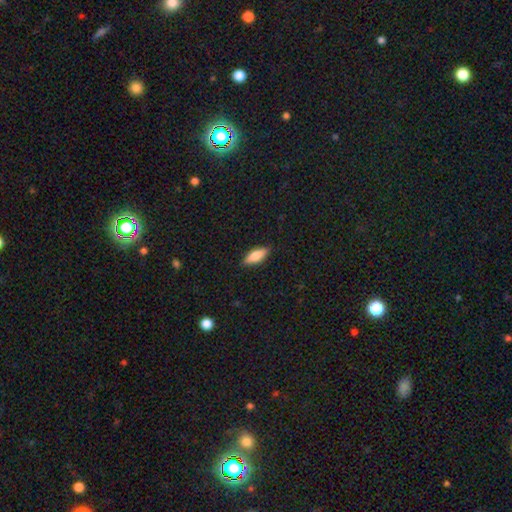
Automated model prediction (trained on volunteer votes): Q: Smooth or featured?
A: smooth (76%); runner-up: featured or disk (17%)
Q: How rounded?
A: in between (66%); runner-up: cigar-shaped (32%)
Q: Merging?
A: none (87%); runner-up: minor disturbance (10%)